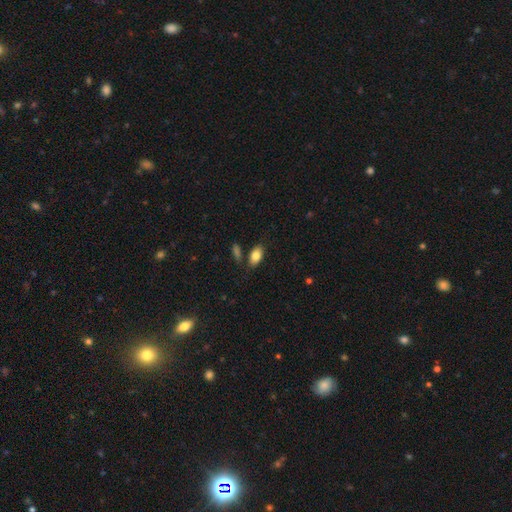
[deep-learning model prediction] This appears to be a smooth galaxy with no disk features (82%) that is in between round and cigar-shaped (92%). Merging: none (79%).